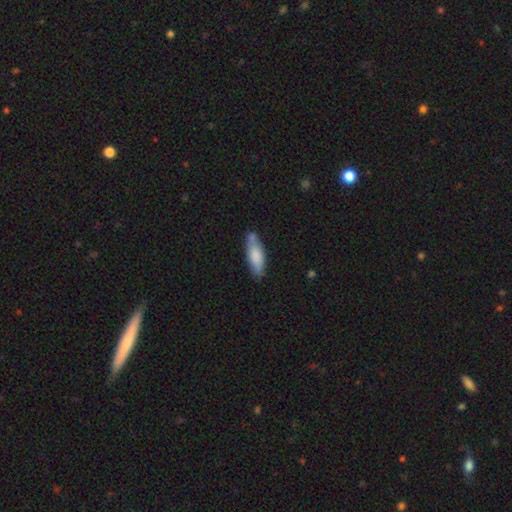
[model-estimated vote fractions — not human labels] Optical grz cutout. It shows a smooth galaxy with no disk features (78%) that is in between round and cigar-shaped (51%). Merging: none (68%).